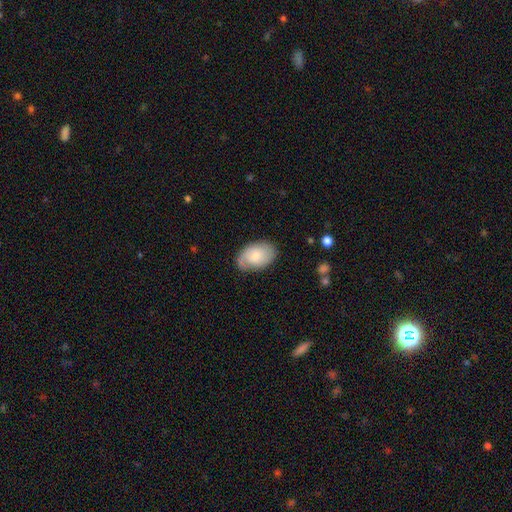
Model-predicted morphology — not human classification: This is likely a smooth galaxy (63%). How rounded: clearly in between (89%). Merging: likely none (73%).